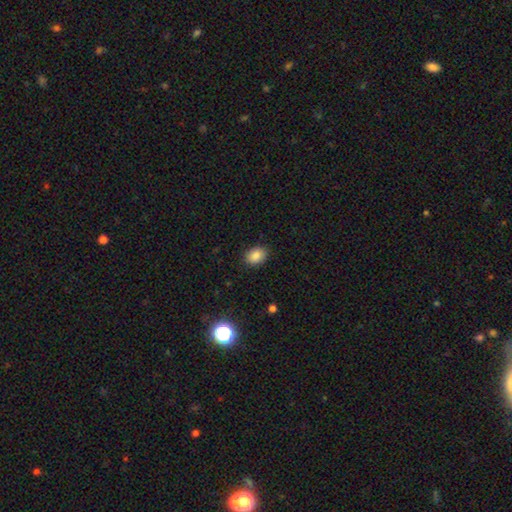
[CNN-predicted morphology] This is clearly a smooth galaxy (87%). How rounded: likely in between (71%). Merging: clearly none (88%).